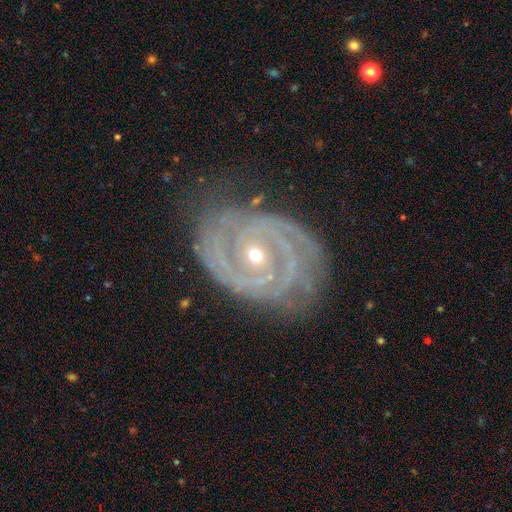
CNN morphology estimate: Smooth or featured: featured or disk — 91% (star or artifact — 5%)
Edge-on disk: no — 97% (yes — 3%)
Bar: no — 71% (weak — 21%)
Spiral arms: yes — 97% (no — 3%)
Spiral winding: tight — 77% (medium — 19%)
Spiral arm count: 2 — 43% (3 — 21%)
Bulge size: small — 50% (moderate — 47%)
Merging: none — 72% (minor disturbance — 19%)